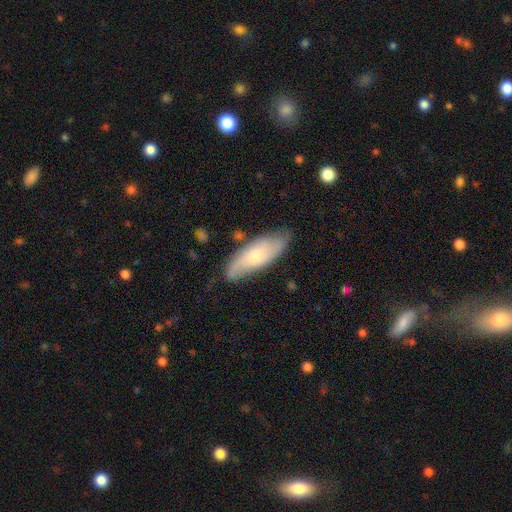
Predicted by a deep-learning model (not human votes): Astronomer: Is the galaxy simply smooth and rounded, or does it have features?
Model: smooth — 53% (runner-up: featured or disk, 41%).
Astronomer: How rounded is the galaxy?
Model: in between — 65%.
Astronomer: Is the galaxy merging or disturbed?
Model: none — 72%.